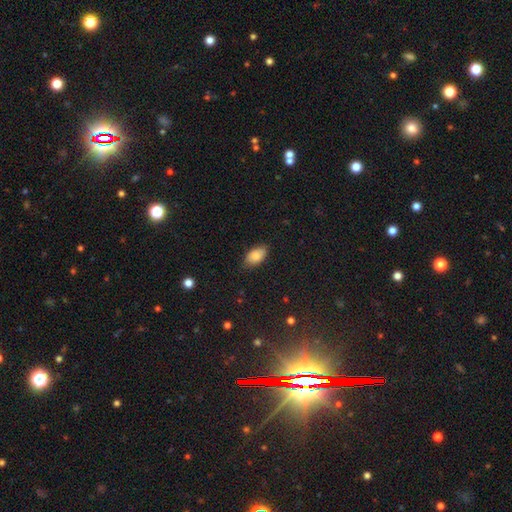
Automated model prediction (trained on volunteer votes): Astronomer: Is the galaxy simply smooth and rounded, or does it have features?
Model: smooth — 83%.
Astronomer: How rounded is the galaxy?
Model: in between — 92%.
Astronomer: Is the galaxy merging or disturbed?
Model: none — 77%.